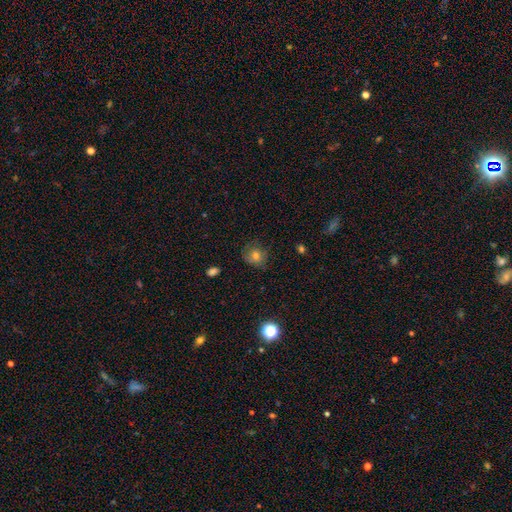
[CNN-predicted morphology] smooth-or-featured: smooth: 73% | star or artifact: 14% | featured or disk: 13%
  how-rounded: round: 80% | in between: 19% | cigar-shaped: 1%
  merging: none: 74% | minor disturbance: 19% | major disturbance: 6% | merger: 1%